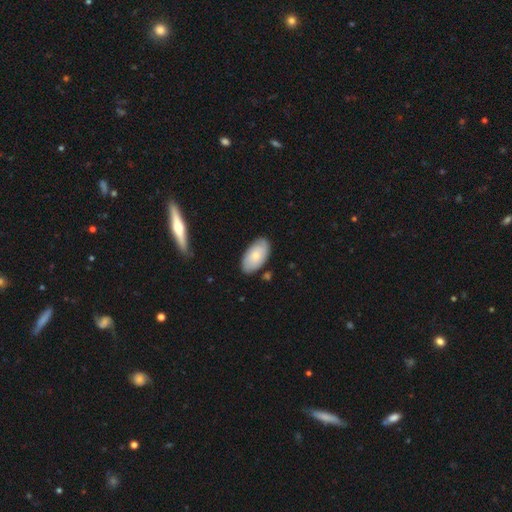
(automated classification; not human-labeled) Smooth or featured?
  - smooth: 66% *
  - featured or disk: 28%
  - star or artifact: 6%
How rounded?
  - in between: 95% *
  - round: 3%
  - cigar-shaped: 2%
Merging?
  - none: 79% *
  - minor disturbance: 15%
  - major disturbance: 3%
  - merger: 3%